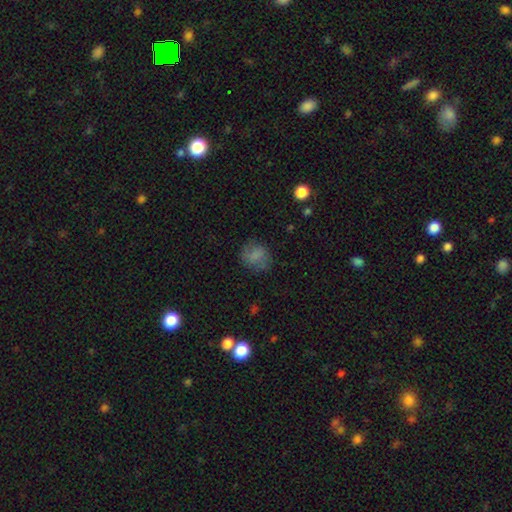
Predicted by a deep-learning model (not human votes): smooth 70%, featured or disk 19%, star or artifact 11%. Down the decision tree: how rounded — round (73%); merging — none (69%).